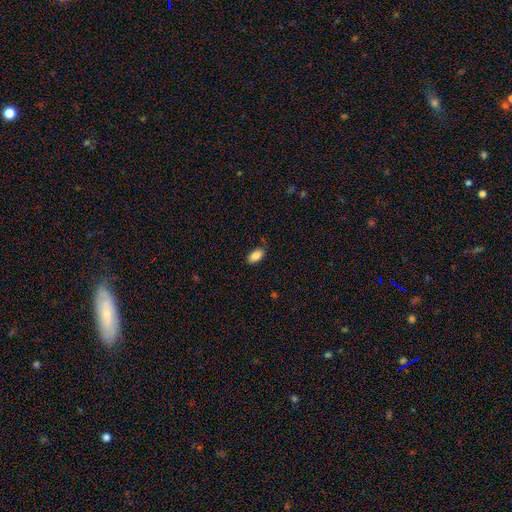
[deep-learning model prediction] Overall: smooth (87%). How rounded: in between (92%). Merging: none (84%).